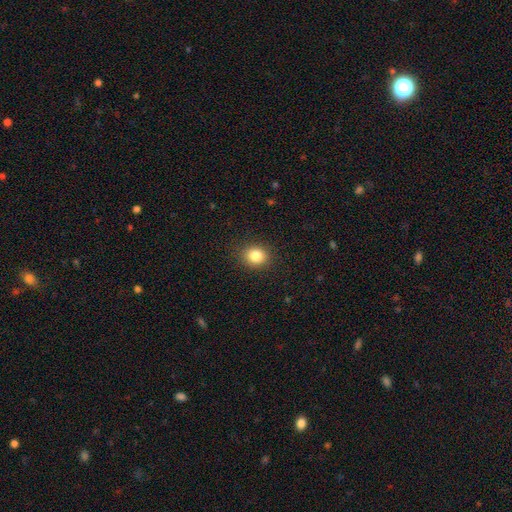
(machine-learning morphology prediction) Smooth or featured? smooth (83%)
How rounded? round (71%)
Merging? none (89%)